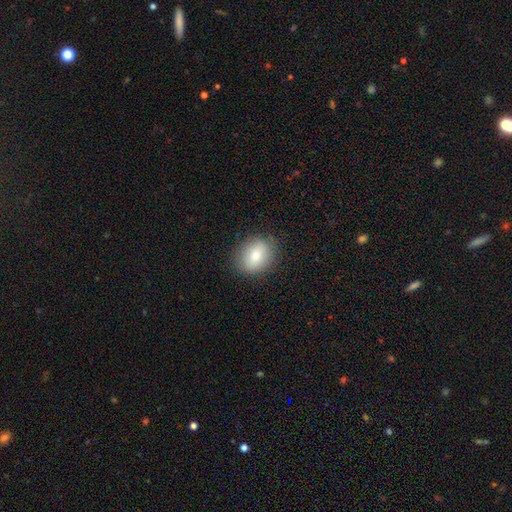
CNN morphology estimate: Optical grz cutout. It shows a smooth galaxy with no disk features (80%) that is in between round and cigar-shaped (54%). Merging: none (84%).